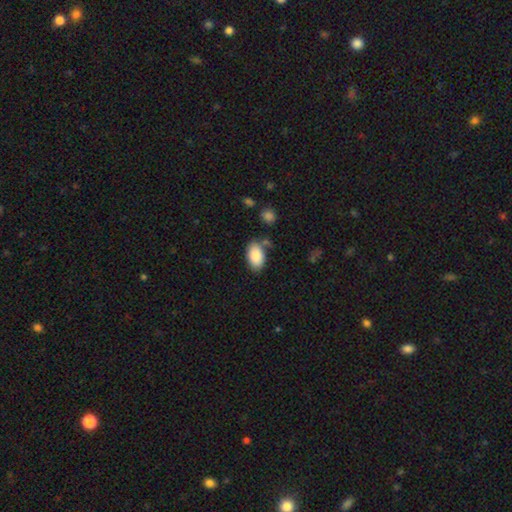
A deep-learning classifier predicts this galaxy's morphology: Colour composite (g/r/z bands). It shows a smooth galaxy with no disk features (88%) that is in between round and cigar-shaped (94%). Merging: none (74%).